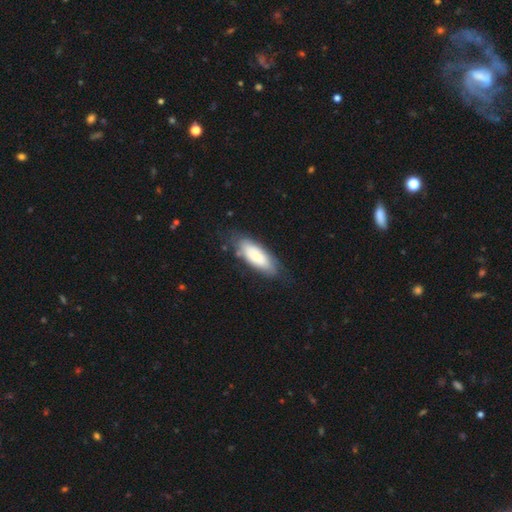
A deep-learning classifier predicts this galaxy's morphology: type=smooth (70%); roundness=in between (72%); merging=none (70%).